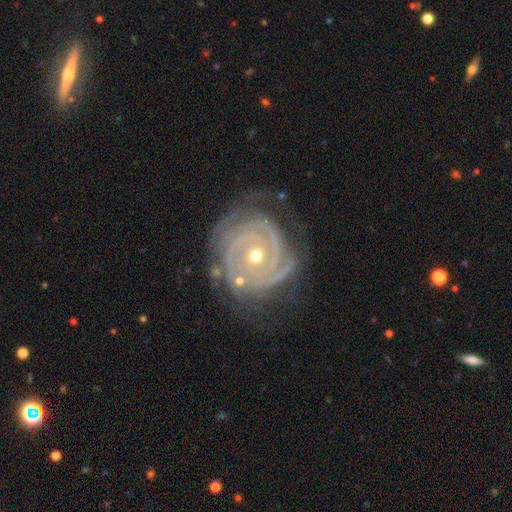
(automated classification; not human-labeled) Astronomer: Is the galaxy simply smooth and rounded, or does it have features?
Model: featured or disk — 90%.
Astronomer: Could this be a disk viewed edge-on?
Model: no — 97%.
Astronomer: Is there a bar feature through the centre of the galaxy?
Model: no — 77%.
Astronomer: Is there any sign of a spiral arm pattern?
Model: yes — 98%.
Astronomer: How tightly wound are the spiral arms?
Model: tight — 84%.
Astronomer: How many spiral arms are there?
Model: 3 — 32% (runner-up: 4, 19%).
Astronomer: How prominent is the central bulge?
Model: small — 52% (runner-up: moderate, 45%).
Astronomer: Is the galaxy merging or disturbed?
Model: none — 68%.